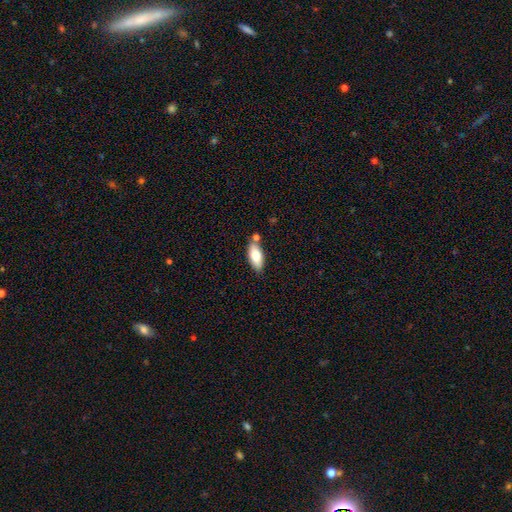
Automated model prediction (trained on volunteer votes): Smooth or featured? Predicted: smooth (p=0.78). How rounded? Predicted: in between (p=0.86). Merging? Predicted: none (p=0.71).